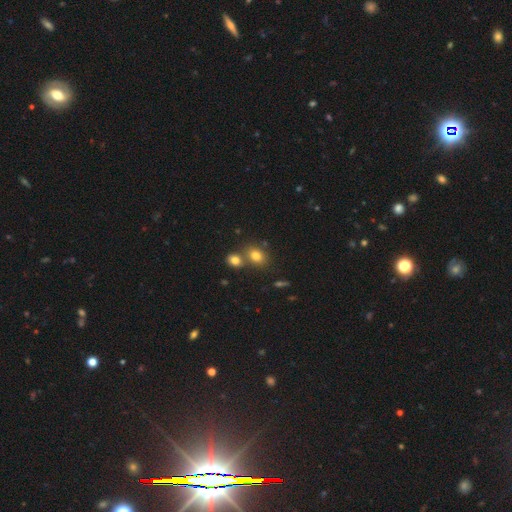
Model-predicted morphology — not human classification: smooth_or_featured: smooth (p=0.78) [alt: star or artifact p=0.13]
how_rounded: in between (p=0.53) [alt: round p=0.46]
merging: none (p=0.56) [alt: merger p=0.31]